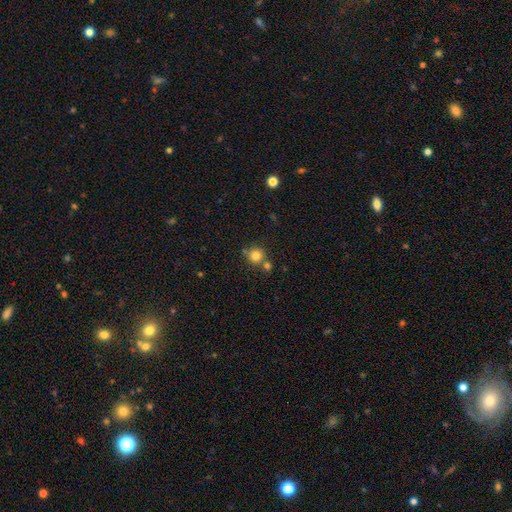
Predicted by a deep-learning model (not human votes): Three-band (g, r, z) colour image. It shows a smooth galaxy with no disk features (80%) that is round (90%). Merging: none (62%).